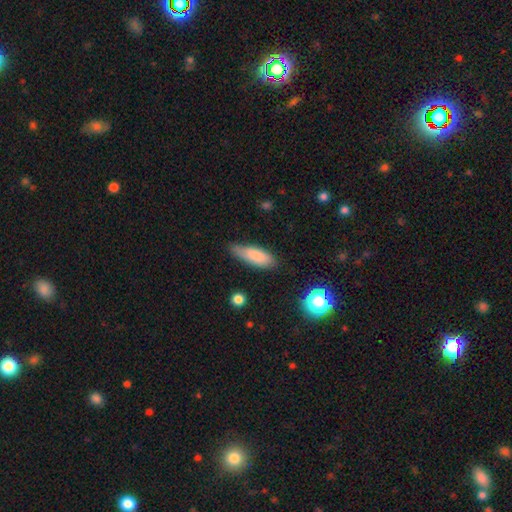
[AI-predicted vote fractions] Morphology: type=smooth (81%); roundness=in between (56%); merging=none (68%).